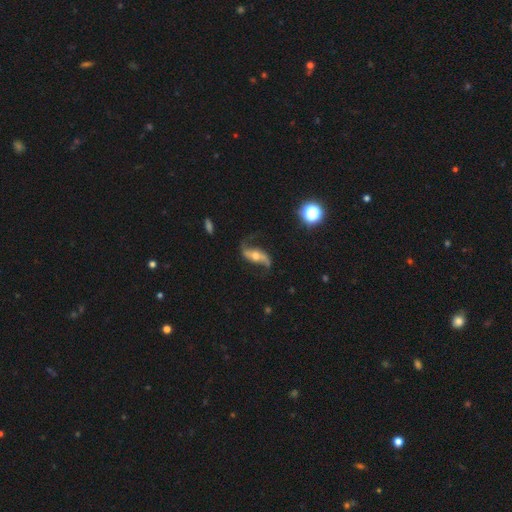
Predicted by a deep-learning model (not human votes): Smooth or featured? featured or disk (86%)
Edge-on disk? no (92%)
Bar? no (40%)
Spiral arms? yes (95%)
Spiral winding? loose (85%)
Spiral arm count? 2 (93%)
Bulge size? moderate (60%)
Merging? none (75%)